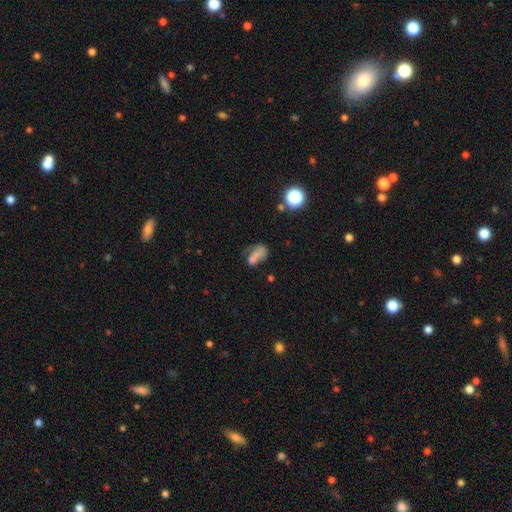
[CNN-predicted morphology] A smooth galaxy with no disk features (59%) that is in between round and cigar-shaped (77%).

Vote fractions:
- Smooth or featured? smooth: 59% / featured or disk: 24% / star or artifact: 17%
- How rounded? in between: 77% / round: 19% / cigar-shaped: 4%
- Merging? none: 29% / major disturbance: 26% / merger: 25% / minor disturbance: 20%